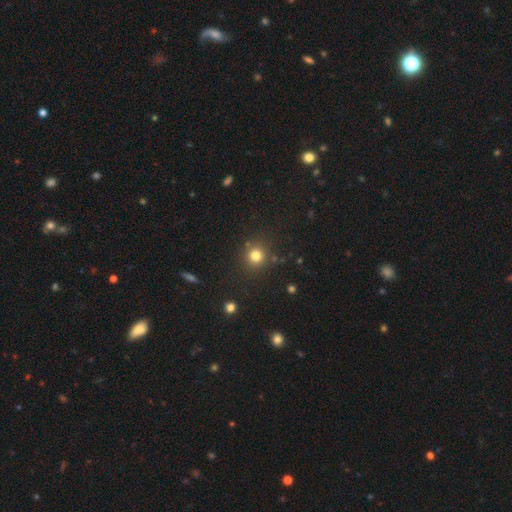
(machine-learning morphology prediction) type=smooth (79%); roundness=round (91%); merging=none (85%).